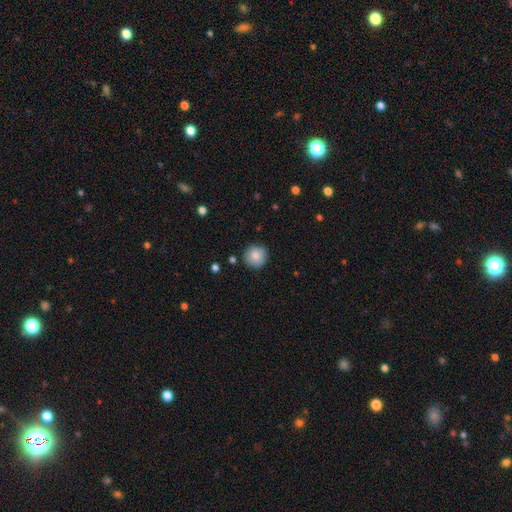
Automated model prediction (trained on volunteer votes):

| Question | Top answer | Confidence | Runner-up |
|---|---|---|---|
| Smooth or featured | smooth | 84% | featured or disk (9%) |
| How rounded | round | 94% | in between (5%) |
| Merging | none | 88% | minor disturbance (8%) |